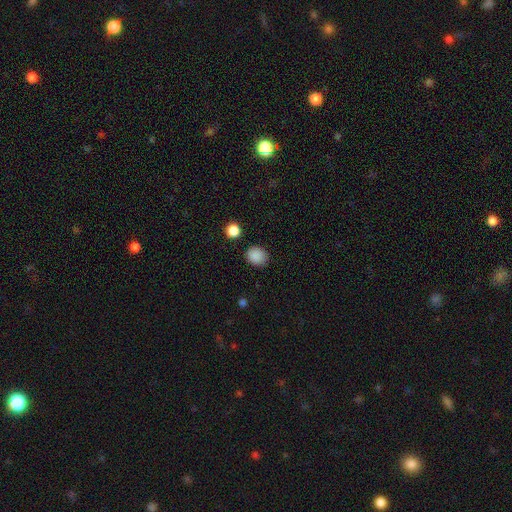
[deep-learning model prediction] Smooth or featured? smooth (87%)
How rounded? round (60%)
Merging? none (84%)